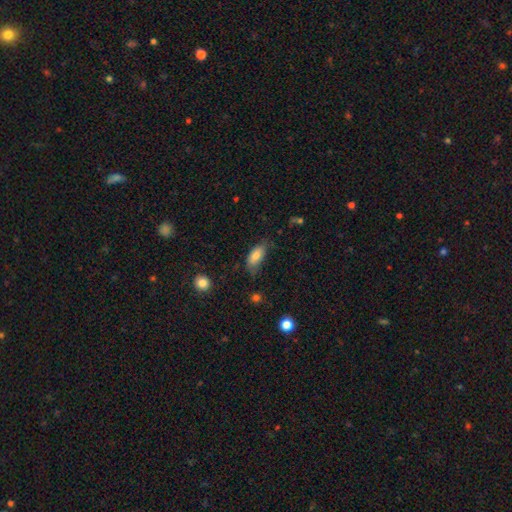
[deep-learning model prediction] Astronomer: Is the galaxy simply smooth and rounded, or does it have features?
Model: smooth — 79%.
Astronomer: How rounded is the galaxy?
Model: in between — 88%.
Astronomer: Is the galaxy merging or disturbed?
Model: none — 53% (runner-up: minor disturbance, 33%).